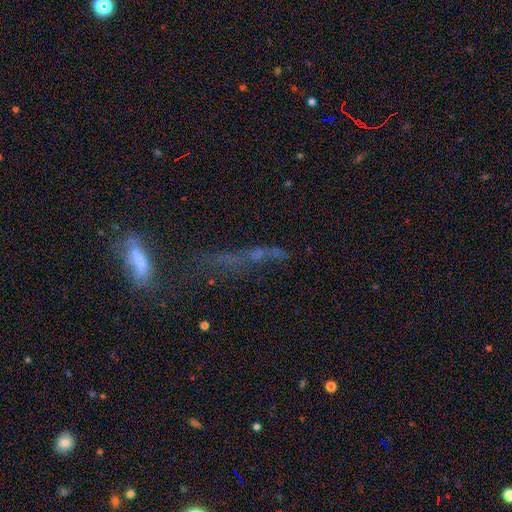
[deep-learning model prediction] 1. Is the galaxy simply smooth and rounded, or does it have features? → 34% smooth, 33% featured or disk, 32% star or artifact.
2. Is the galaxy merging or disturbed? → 42% none, 25% major disturbance, 17% merger, 17% minor disturbance.